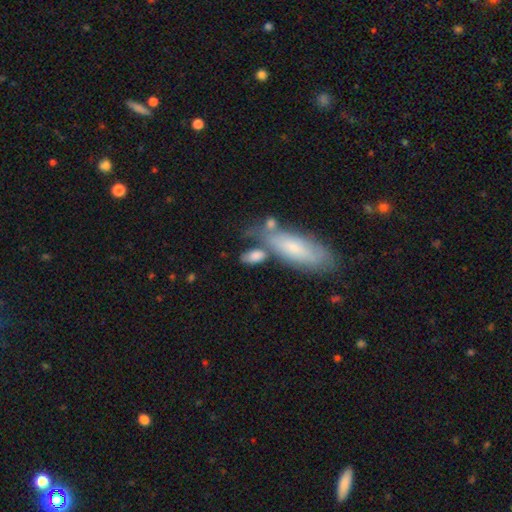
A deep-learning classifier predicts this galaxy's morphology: This appears to be a smooth galaxy with no disk features (76%) that is in between round and cigar-shaped (82%). Merging: none (46%).